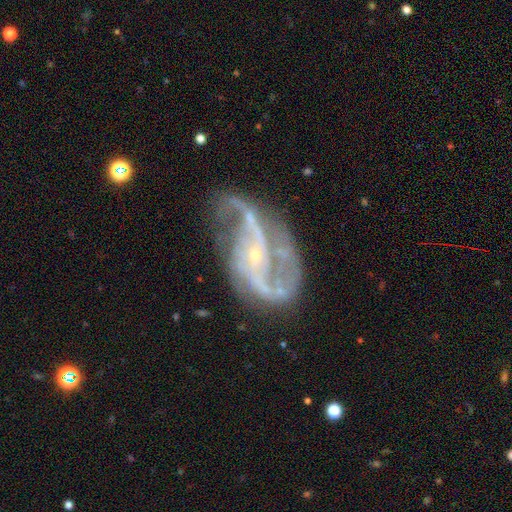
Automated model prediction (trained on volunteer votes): A featured or disk galaxy (90%) with no bar (53%), 2 (78%) loose (47%) spiral arms (96%) and a small central bulge (84%). Merging: none (53%).